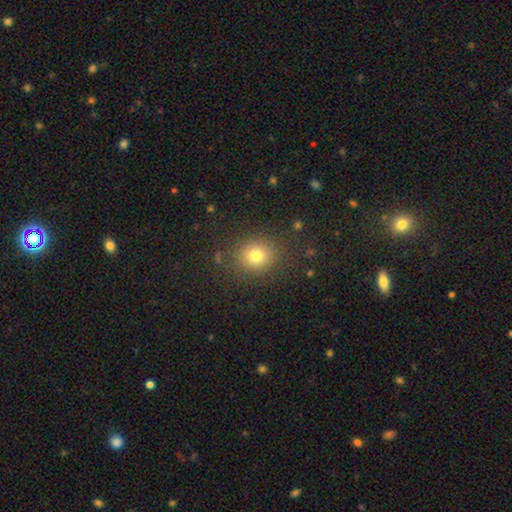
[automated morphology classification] Smooth or featured? smooth (77%)
How rounded? round (77%)
Merging? none (85%)